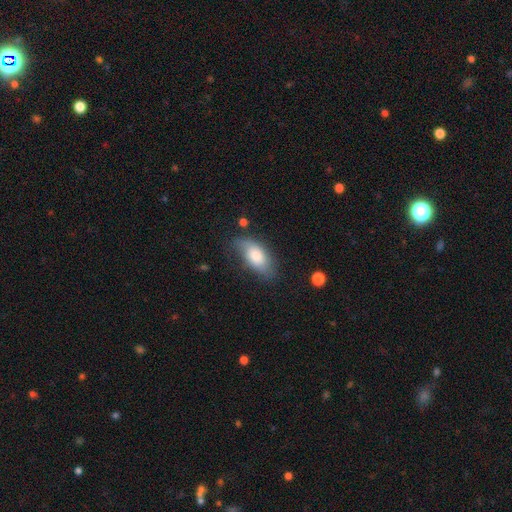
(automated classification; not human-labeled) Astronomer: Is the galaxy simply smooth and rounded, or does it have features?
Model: smooth — 75%.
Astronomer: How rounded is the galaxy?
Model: in between — 90%.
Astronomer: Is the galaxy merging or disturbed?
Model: none — 65%.